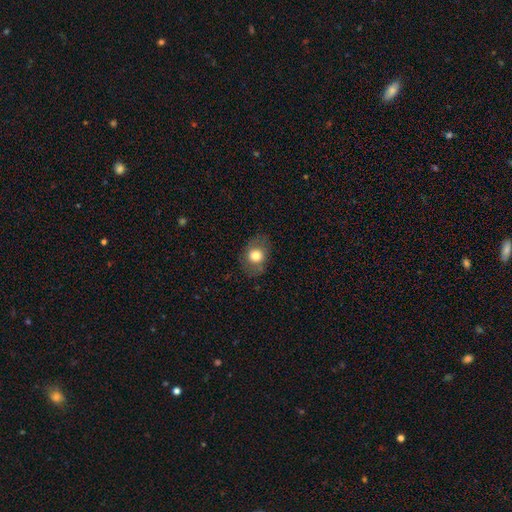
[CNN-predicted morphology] Overall: smooth (73%). How rounded: in between (54%; round 45%). Merging: none (77%).